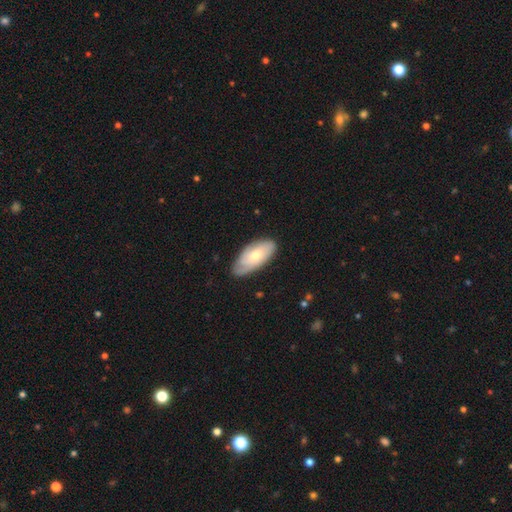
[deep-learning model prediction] This appears to be a featured or disk galaxy (47%, tied with smooth). Merging: none (75%).